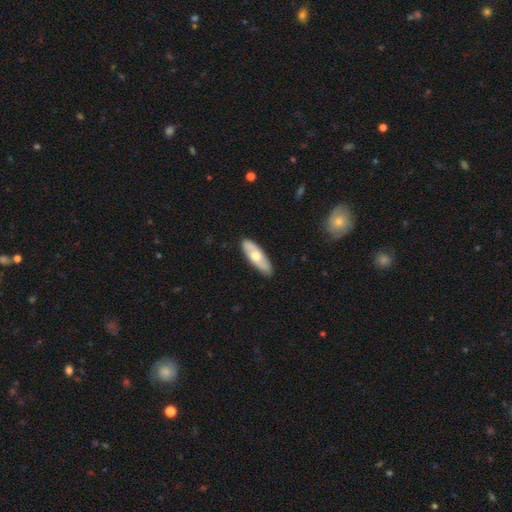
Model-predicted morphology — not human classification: Smooth or featured: smooth — 52% (featured or disk — 44%)
How rounded: in between — 60% (cigar-shaped — 38%)
Merging: none — 87% (minor disturbance — 10%)